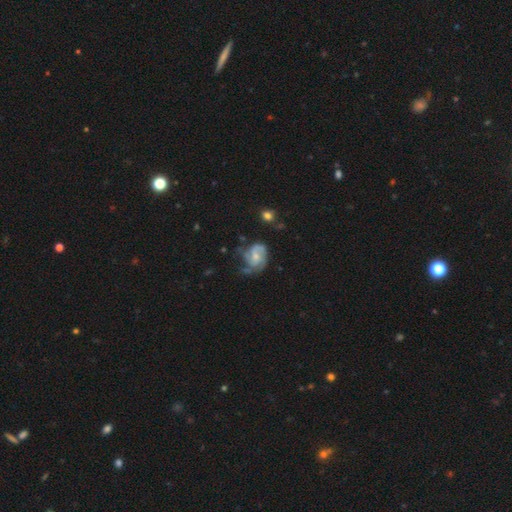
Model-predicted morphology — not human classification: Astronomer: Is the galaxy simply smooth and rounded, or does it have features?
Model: featured or disk — 76%.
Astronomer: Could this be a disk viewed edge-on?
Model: no — 98%.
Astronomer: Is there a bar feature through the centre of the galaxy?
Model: no — 64%.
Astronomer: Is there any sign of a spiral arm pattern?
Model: yes — 91%.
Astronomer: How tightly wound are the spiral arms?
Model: medium — 45% (runner-up: tight, 36%).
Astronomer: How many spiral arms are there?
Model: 2 — 44% (runner-up: 3, 24%).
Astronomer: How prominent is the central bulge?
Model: small — 52% (runner-up: moderate, 41%).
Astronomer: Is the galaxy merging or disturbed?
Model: none — 45% (runner-up: minor disturbance, 29%).